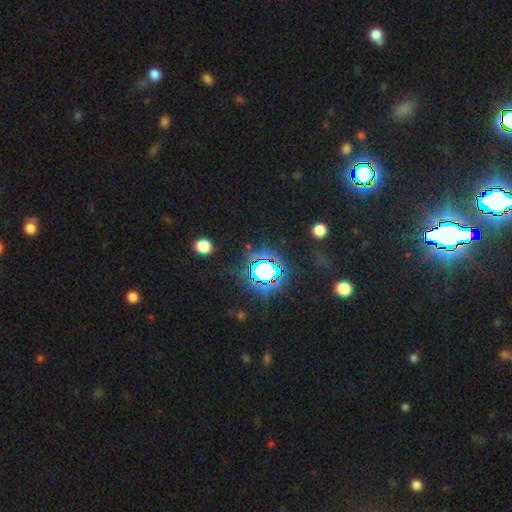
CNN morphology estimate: This appears to be a star or artifact, not a galaxy (83%).